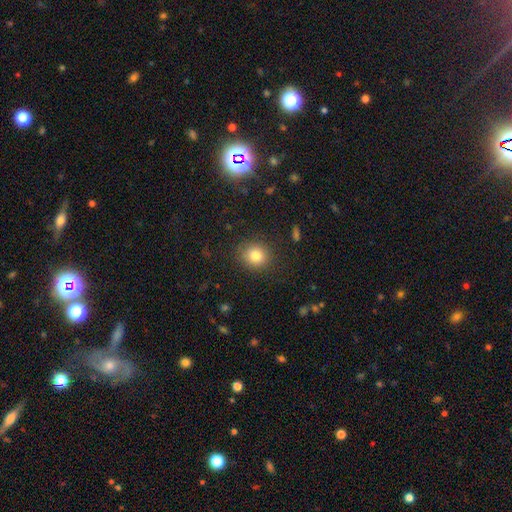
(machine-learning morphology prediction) A smooth galaxy with no disk features (82%) that is round (83%). Merging: none (87%).